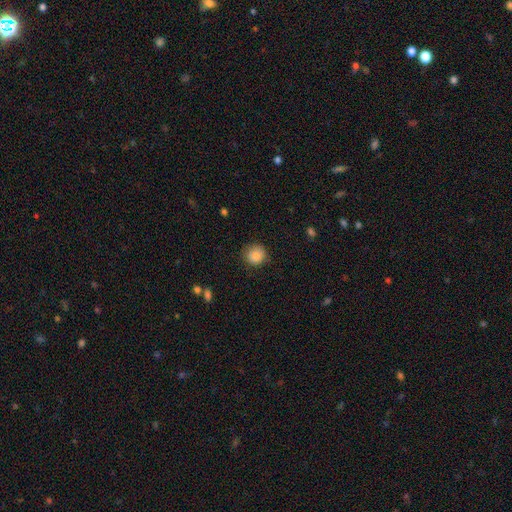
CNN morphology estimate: Smooth or featured?
  - smooth: 86% *
  - star or artifact: 9%
  - featured or disk: 5%
How rounded?
  - round: 90% *
  - in between: 9%
  - cigar-shaped: 1%
Merging?
  - none: 82% *
  - minor disturbance: 13%
  - major disturbance: 3%
  - merger: 1%